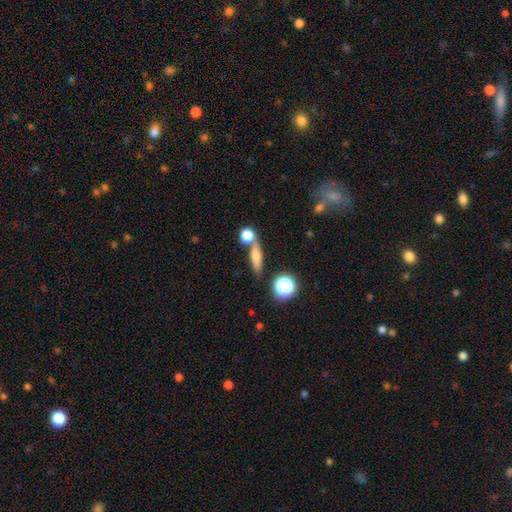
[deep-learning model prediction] Morphology: type=smooth (65%); roundness=cigar-shaped (54%); merging=none (67%).